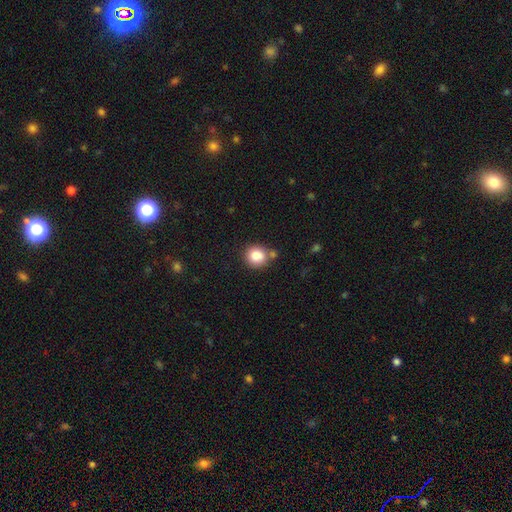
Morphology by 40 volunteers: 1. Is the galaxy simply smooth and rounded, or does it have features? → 90% smooth, 8% featured or disk, 2% star or artifact.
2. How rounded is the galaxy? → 83% round, 17% in between, 0% cigar-shaped.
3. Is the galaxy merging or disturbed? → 64% none, 13% minor disturbance, 13% merger, 10% major disturbance.